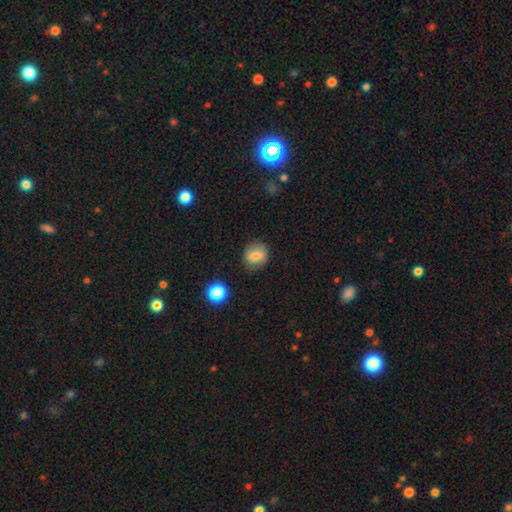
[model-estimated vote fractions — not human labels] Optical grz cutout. It shows a smooth galaxy with no disk features (79%) that is round (80%). Merging: none (80%).